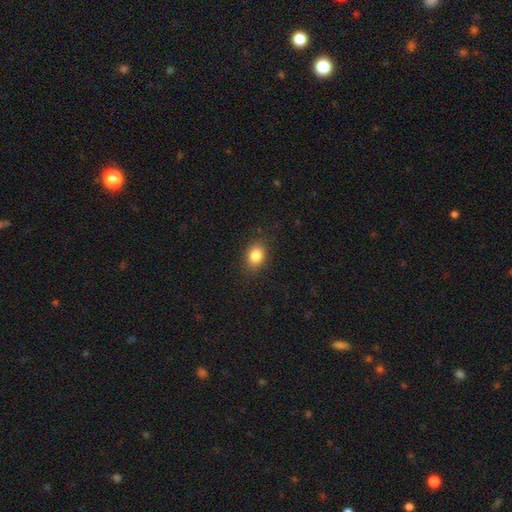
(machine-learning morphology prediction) Q: Smooth or featured?
A: smooth (83%); runner-up: star or artifact (10%)
Q: How rounded?
A: in between (63%); runner-up: round (36%)
Q: Merging?
A: none (86%); runner-up: minor disturbance (10%)